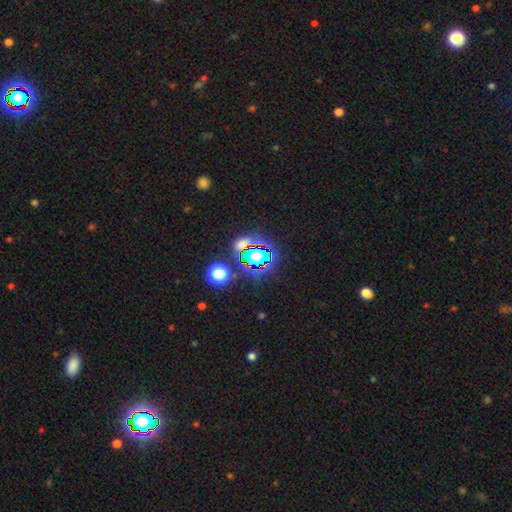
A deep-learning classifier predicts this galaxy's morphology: Q: Smooth or featured?
A: star or artifact (59%); runner-up: smooth (30%)